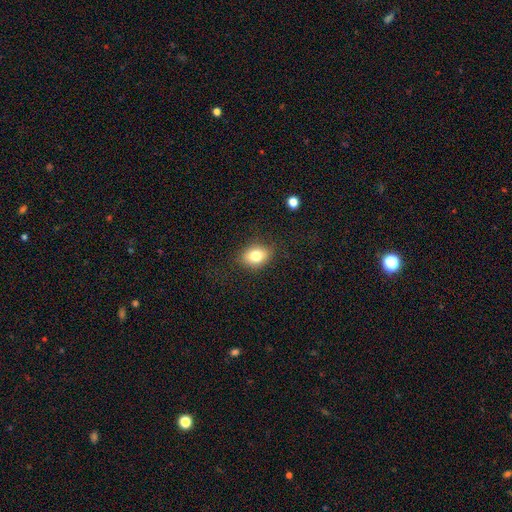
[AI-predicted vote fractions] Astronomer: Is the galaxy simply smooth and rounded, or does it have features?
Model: smooth — 78%.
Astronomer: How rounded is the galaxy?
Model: in between — 68%.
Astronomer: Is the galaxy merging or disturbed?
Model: none — 83%.